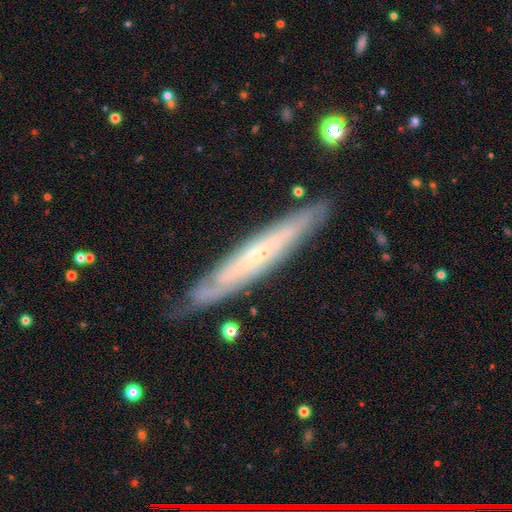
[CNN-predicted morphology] This appears to be a featured or disk galaxy (70%) viewed edge-on (67%). Merging: none (81%).